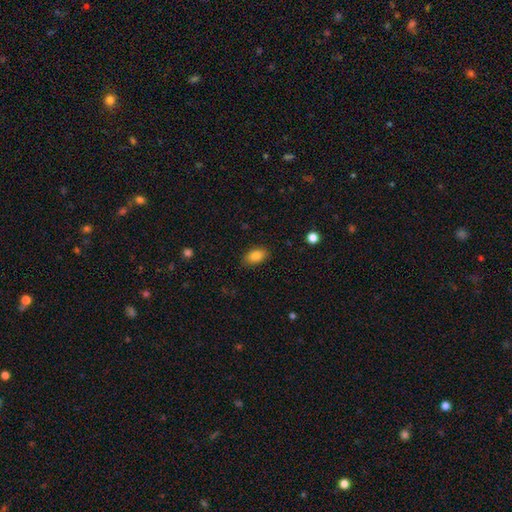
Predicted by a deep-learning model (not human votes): Smooth or featured?
  - smooth: 85% *
  - star or artifact: 8%
  - featured or disk: 7%
How rounded?
  - in between: 89% *
  - round: 9%
  - cigar-shaped: 2%
Merging?
  - none: 85% *
  - minor disturbance: 11%
  - major disturbance: 3%
  - merger: 1%